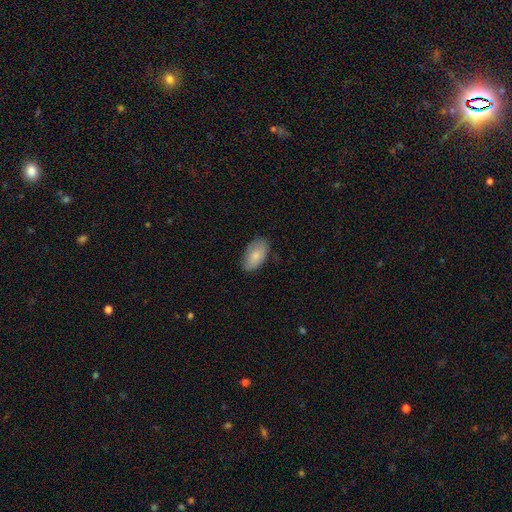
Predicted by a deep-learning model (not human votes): Smooth or featured? Predicted: smooth (p=0.81). How rounded? Predicted: in between (p=0.94). Merging? Predicted: none (p=0.80).